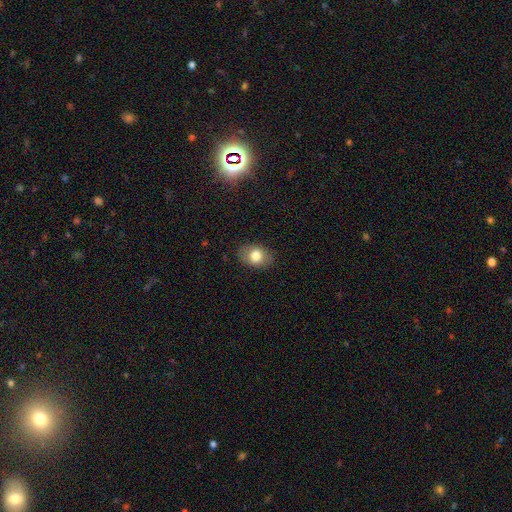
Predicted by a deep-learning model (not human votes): This is likely a smooth galaxy (77%). How rounded: likely in between (76%). Merging: clearly none (85%).